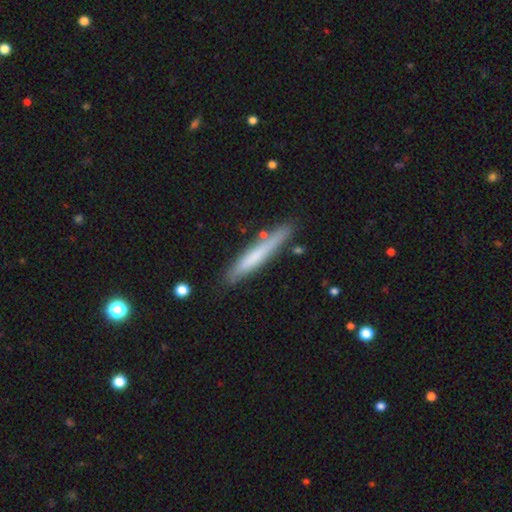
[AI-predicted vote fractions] Smooth or featured: smooth — 61% (featured or disk — 33%)
How rounded: cigar-shaped — 95% (in between — 4%)
Merging: none — 81% (minor disturbance — 13%)